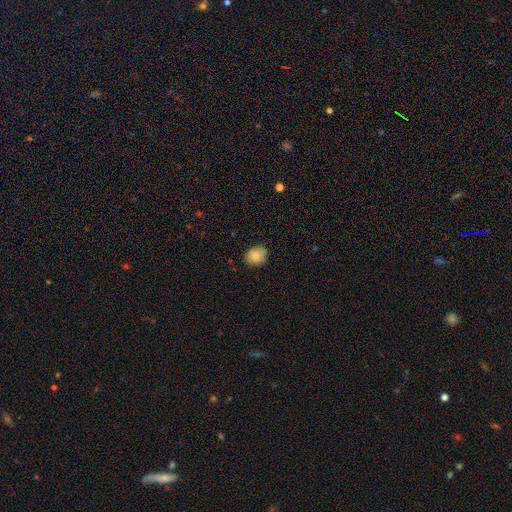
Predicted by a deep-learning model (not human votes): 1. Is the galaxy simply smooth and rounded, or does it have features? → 83% smooth, 9% featured or disk, 8% star or artifact.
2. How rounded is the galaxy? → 66% round, 33% in between, 1% cigar-shaped.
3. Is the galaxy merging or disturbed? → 79% none, 17% minor disturbance, 3% major disturbance, 1% merger.